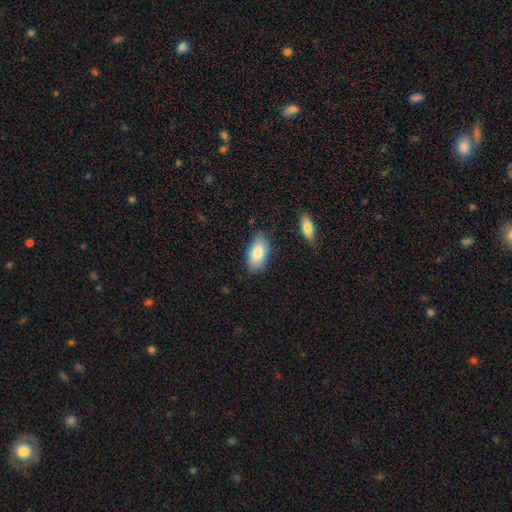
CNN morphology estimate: The model was most divided on "merging": none: 77%, minor disturbance: 17%, major disturbance: 3%, merger: 2%. More confident: how rounded — in between (93%); smooth or featured — smooth (82%).